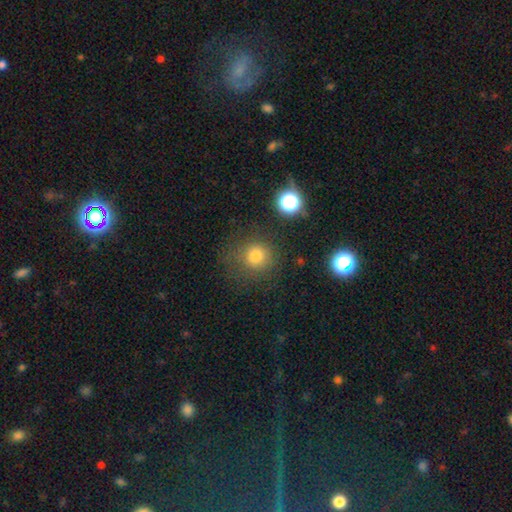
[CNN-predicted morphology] The model was most divided on "smooth or featured": smooth: 78%, star or artifact: 15%, featured or disk: 7%. More confident: how rounded — round (88%); merging — none (76%).